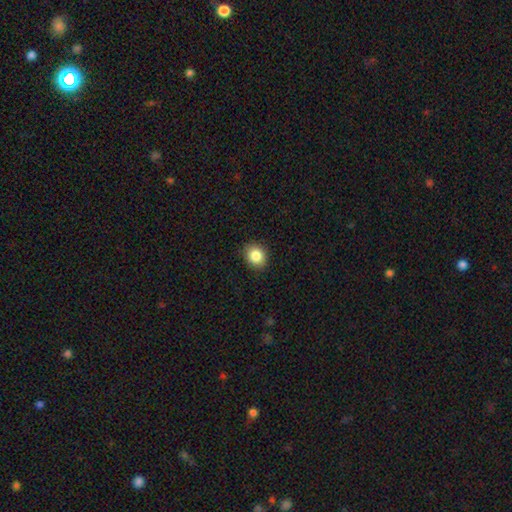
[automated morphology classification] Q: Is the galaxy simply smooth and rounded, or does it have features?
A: smooth — 86%.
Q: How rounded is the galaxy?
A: round — 68%.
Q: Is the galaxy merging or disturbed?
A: none — 89%.